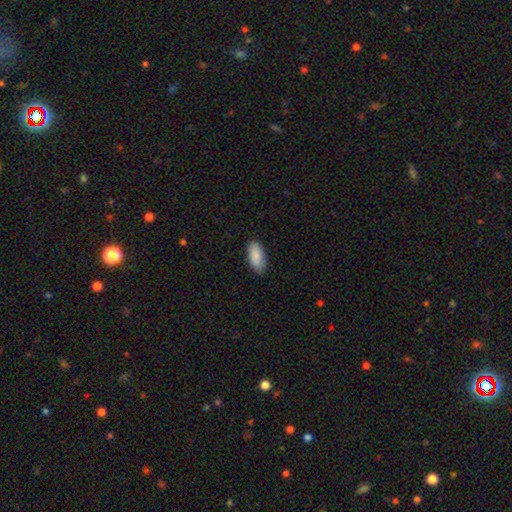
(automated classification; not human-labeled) Overall: smooth (89%). How rounded: in between (92%). Merging: none (84%).